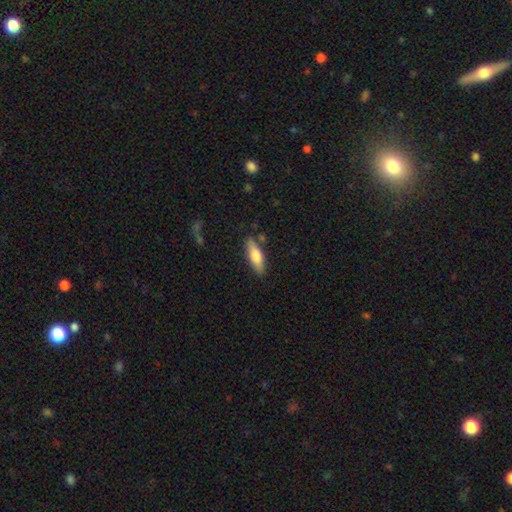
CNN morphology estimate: Smooth or featured?
  - smooth: 67% *
  - featured or disk: 27%
  - star or artifact: 6%
How rounded?
  - in between: 49% * (tied)
  - cigar-shaped: 49% * (tied)
  - round: 2%
Merging?
  - none: 82% *
  - minor disturbance: 12%
  - merger: 3%
  - major disturbance: 3%